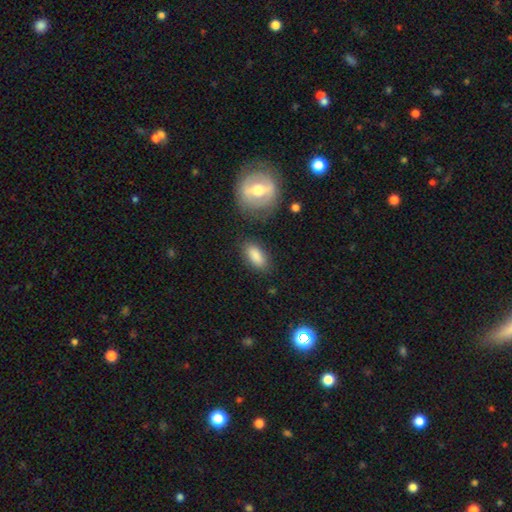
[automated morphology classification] smooth_or_featured: smooth (p=0.86) [alt: featured or disk p=0.08]
how_rounded: in between (p=0.87) [alt: cigar-shaped p=0.09]
merging: none (p=0.81) [alt: minor disturbance p=0.13]